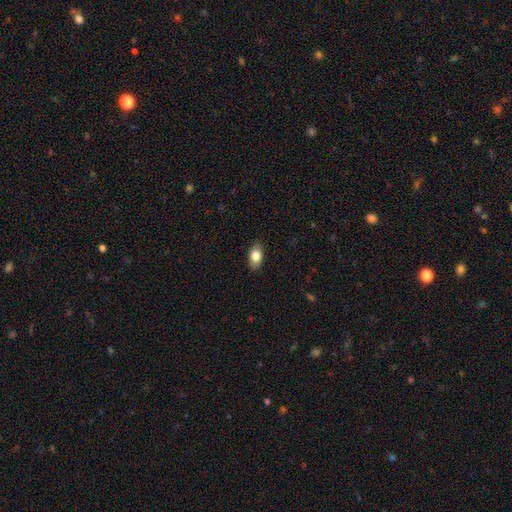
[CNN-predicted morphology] type=smooth (82%); roundness=in between (89%); merging=none (87%).